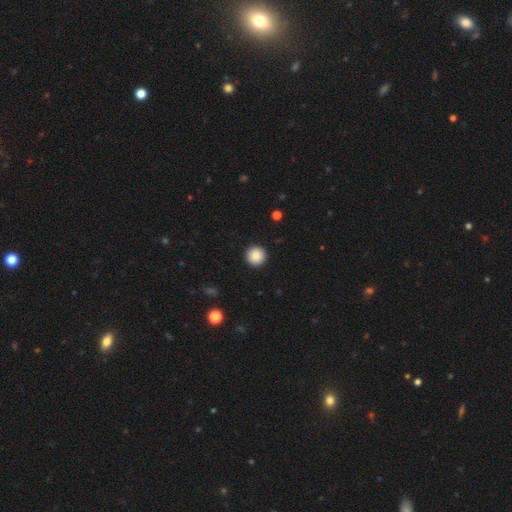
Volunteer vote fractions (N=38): Smooth or featured? 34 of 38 (89%) said smooth. How rounded? 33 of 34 (97%) said round. Merging? 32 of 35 (91%) said none.